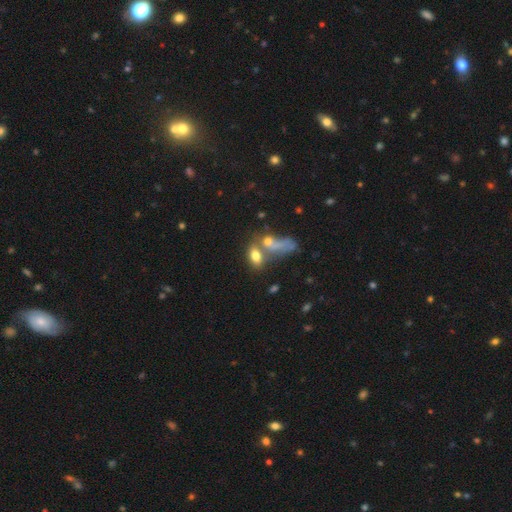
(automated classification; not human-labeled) A smooth galaxy with no disk features (72%) that is in between round and cigar-shaped (80%).

Vote fractions:
- Smooth or featured? smooth: 72% / featured or disk: 18% / star or artifact: 11%
- How rounded? in between: 80% / round: 11% / cigar-shaped: 9%
- Merging? merger: 44% / none: 35% / minor disturbance: 11% / major disturbance: 10%